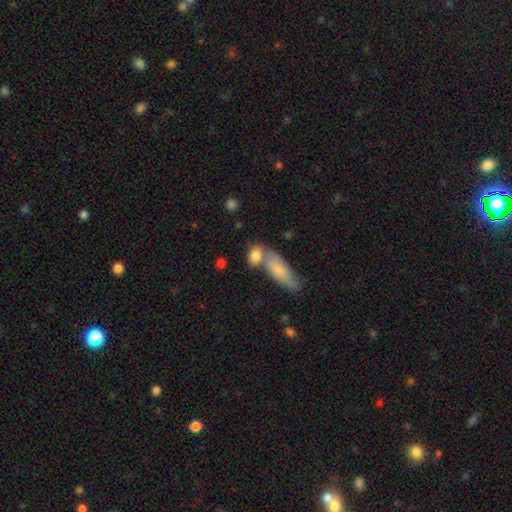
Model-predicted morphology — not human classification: Overall: smooth (81%). How rounded: in between (66%). Merging: none (46%; merger 37%).